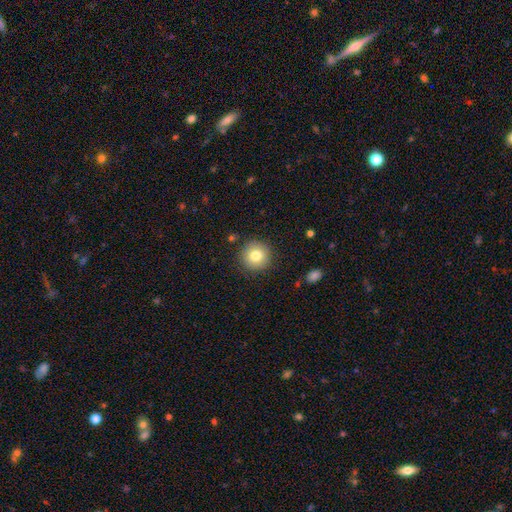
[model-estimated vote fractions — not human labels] smooth 80%, featured or disk 11%, star or artifact 10%. Down the decision tree: how rounded — round (95%); merging — none (89%).